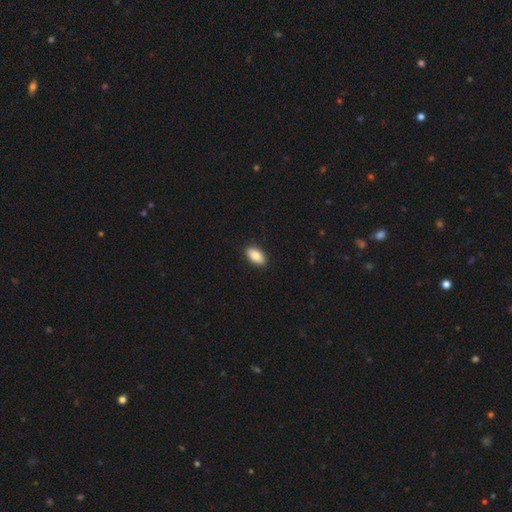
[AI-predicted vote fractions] Q: Smooth or featured?
A: smooth (86%); runner-up: featured or disk (8%)
Q: How rounded?
A: in between (93%); runner-up: cigar-shaped (4%)
Q: Merging?
A: none (89%); runner-up: minor disturbance (9%)